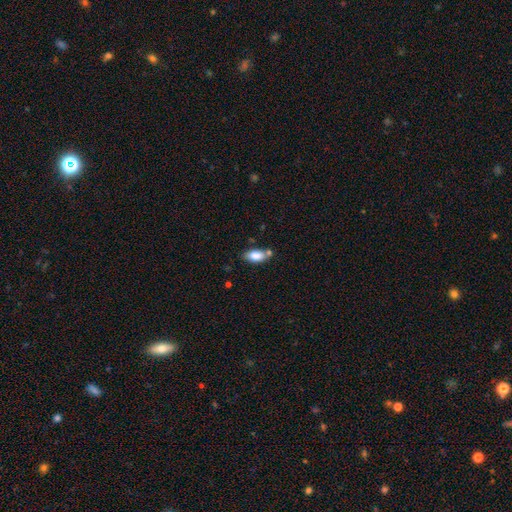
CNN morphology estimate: Smooth or featured? Predicted: smooth (p=0.82). How rounded? Predicted: in between (p=0.89). Merging? Predicted: none (p=0.63).